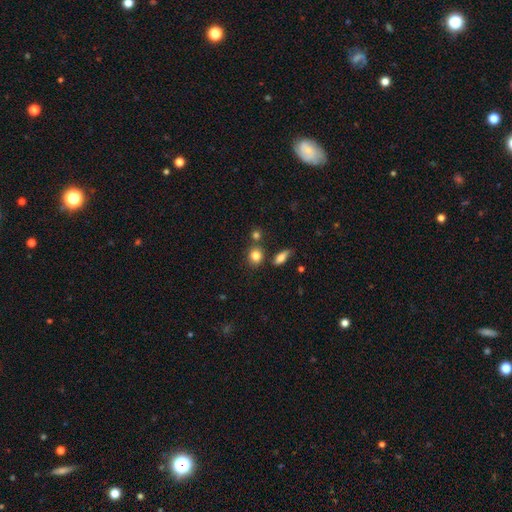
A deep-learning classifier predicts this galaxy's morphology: A smooth galaxy with no disk features (82%) that is round (70%).

Vote fractions:
- Smooth or featured? smooth: 82% / star or artifact: 11% / featured or disk: 7%
- How rounded? round: 70% / in between: 28% / cigar-shaped: 2%
- Merging? none: 71% / merger: 13% / minor disturbance: 12% / major disturbance: 4%